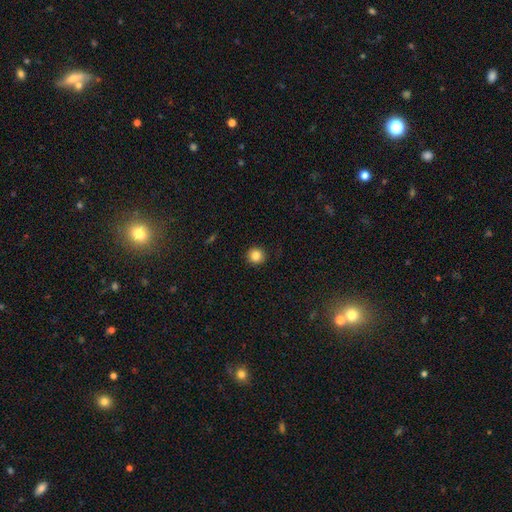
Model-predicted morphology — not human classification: This appears to be a smooth galaxy with no disk features (85%) that is round (93%). Merging: none (91%).